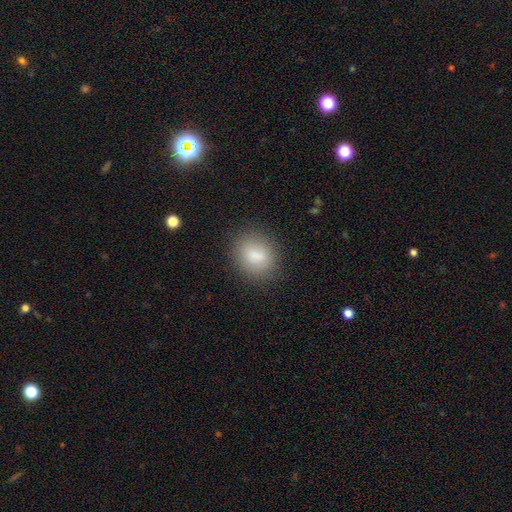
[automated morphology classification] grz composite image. It shows a smooth galaxy with no disk features (79%) that is round (55%). Merging: none (81%).